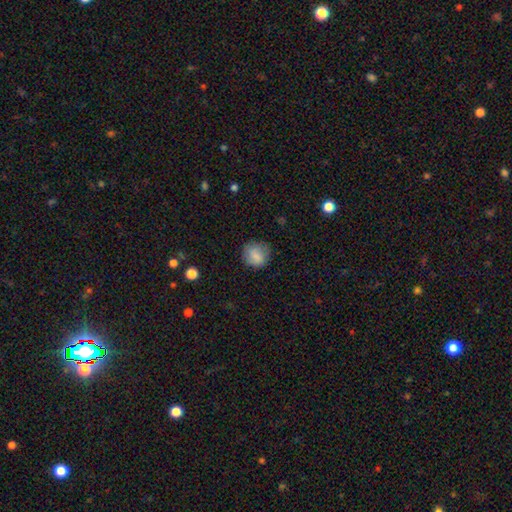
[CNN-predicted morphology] type=smooth (82%); roundness=round (82%); merging=none (76%).